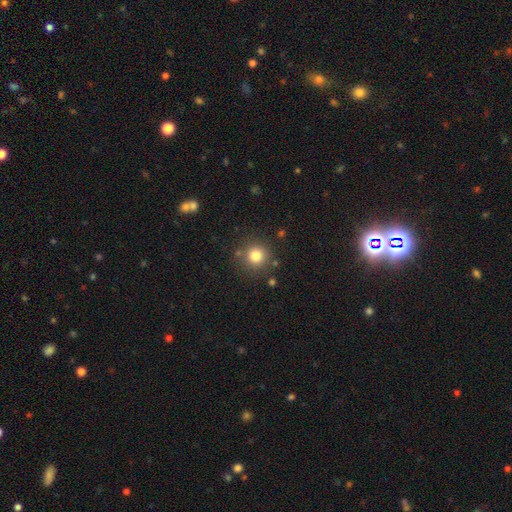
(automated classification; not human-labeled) Q: Smooth or featured?
A: smooth (80%); runner-up: star or artifact (13%)
Q: How rounded?
A: round (94%); runner-up: in between (5%)
Q: Merging?
A: none (84%); runner-up: minor disturbance (8%)